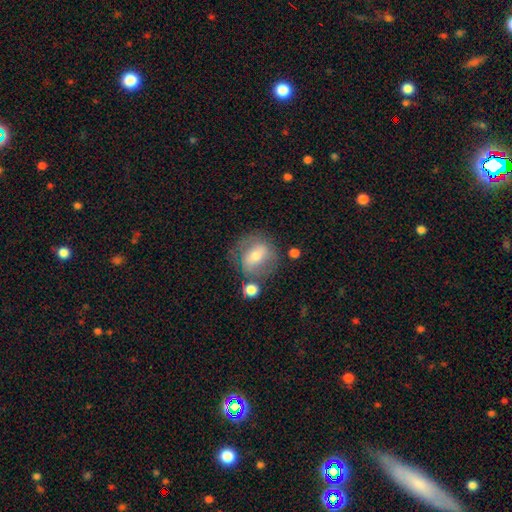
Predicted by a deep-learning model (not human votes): This is possibly a smooth galaxy (47%). Merging: likely none (62%).